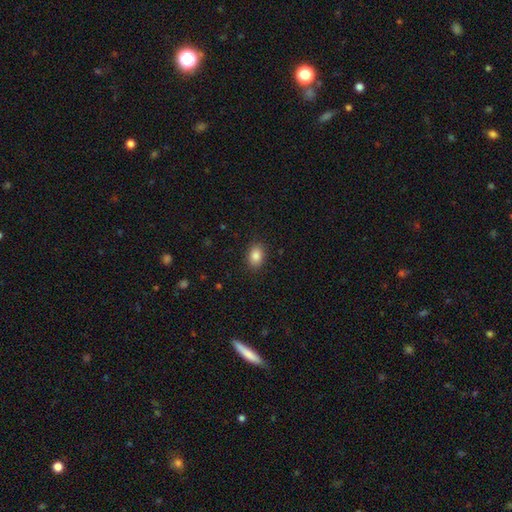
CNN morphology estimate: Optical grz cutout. It shows a smooth galaxy with no disk features (87%) that is in between round and cigar-shaped (78%). Merging: none (88%).